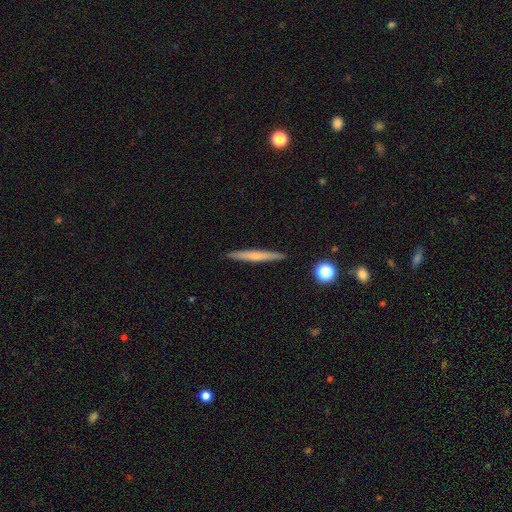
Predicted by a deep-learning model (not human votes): This appears to be a smooth galaxy with no disk features (54%) that is cigar-shaped (96%). Merging: none (92%).